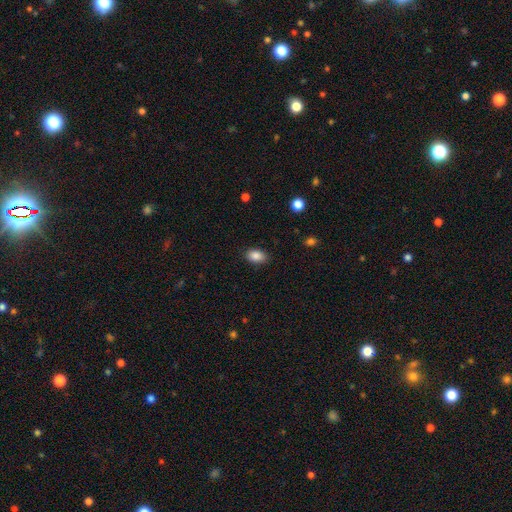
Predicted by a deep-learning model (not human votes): A smooth galaxy with no disk features (87%) that is in between round and cigar-shaped (88%).

Vote fractions:
- Smooth or featured? smooth: 87% / star or artifact: 8% / featured or disk: 5%
- How rounded? in between: 88% / round: 11% / cigar-shaped: 1%
- Merging? none: 86% / minor disturbance: 10% / major disturbance: 2% / merger: 1%